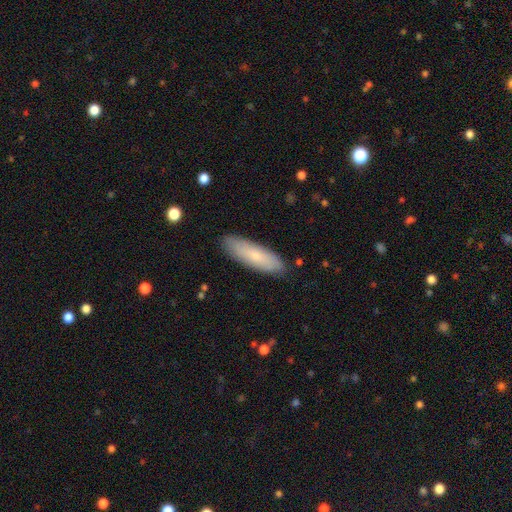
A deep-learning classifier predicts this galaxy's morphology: smooth-or-featured: smooth: 73% | featured or disk: 22% | star or artifact: 6%
  how-rounded: cigar-shaped: 55% | in between: 43% | round: 2%
  merging: none: 87% | minor disturbance: 10% | major disturbance: 2% | merger: 1%